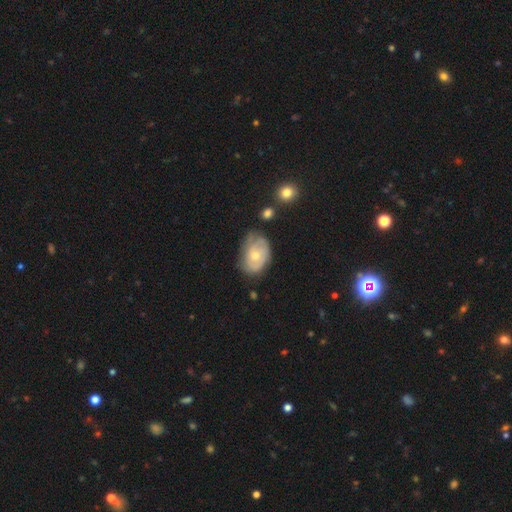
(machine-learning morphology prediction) type=featured or disk (55%); edge-on=no (95%); bar=no (81%); spiral arms=yes (68%); bulge=moderate (53%); merging=none (52%).